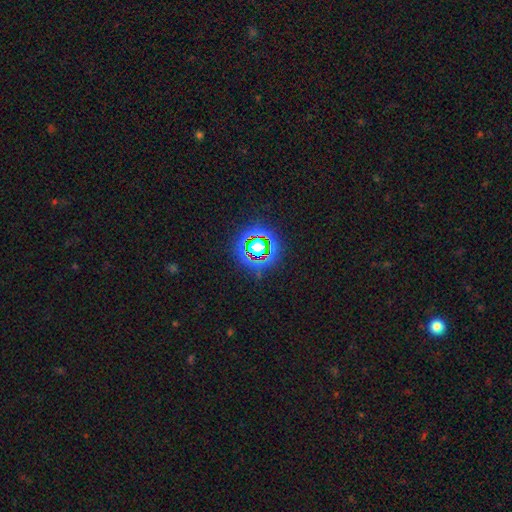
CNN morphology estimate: Smooth or featured? star or artifact (76%)